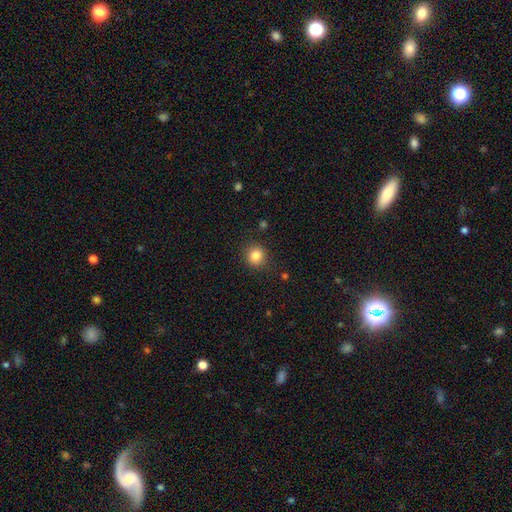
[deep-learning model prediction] This appears to be a smooth galaxy with no disk features (83%) that is round (87%). Merging: none (89%).